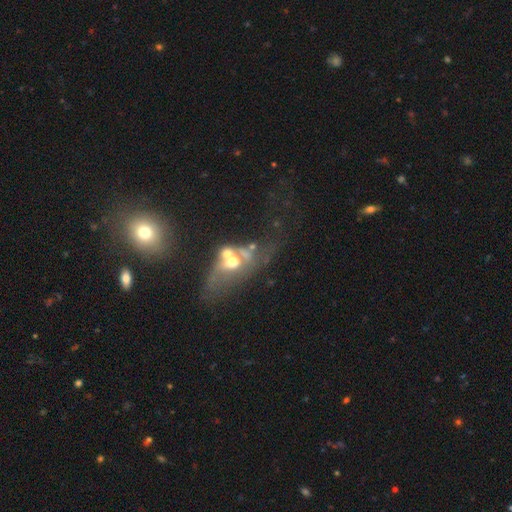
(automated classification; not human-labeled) Morphology: type=featured or disk (50%); edge-on=no (83%); merging=merger (33%).